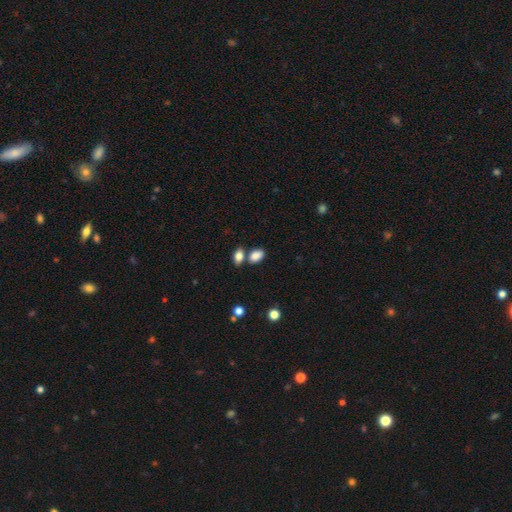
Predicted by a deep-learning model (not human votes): Smooth or featured: smooth — 85% (star or artifact — 9%)
How rounded: in between — 88% (round — 10%)
Merging: none — 58% (merger — 27%)